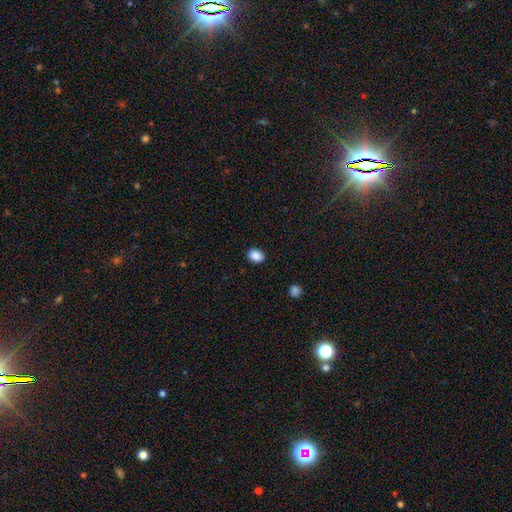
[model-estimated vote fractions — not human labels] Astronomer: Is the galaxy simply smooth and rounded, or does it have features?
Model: smooth — 89%.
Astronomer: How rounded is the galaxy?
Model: in between — 65%.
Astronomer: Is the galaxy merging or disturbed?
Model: none — 90%.